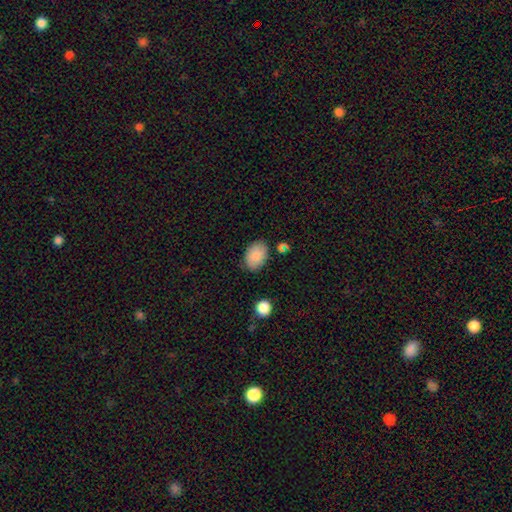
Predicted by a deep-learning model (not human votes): Morphology: type=smooth (86%); roundness=in between (85%); merging=none (80%).